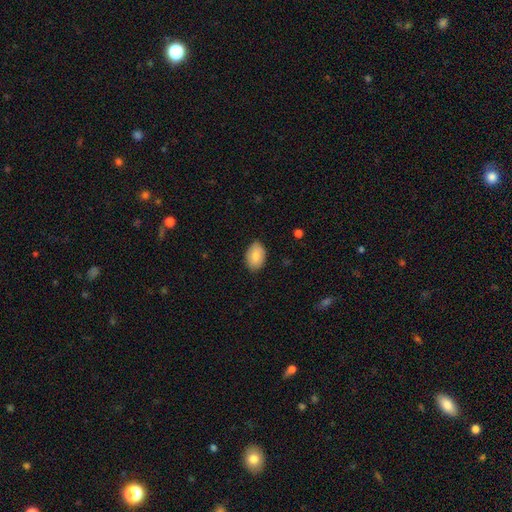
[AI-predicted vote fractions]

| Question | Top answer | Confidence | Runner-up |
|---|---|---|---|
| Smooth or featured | smooth | 80% | featured or disk (14%) |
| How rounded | in between | 88% | round (11%) |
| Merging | none | 84% | minor disturbance (12%) |